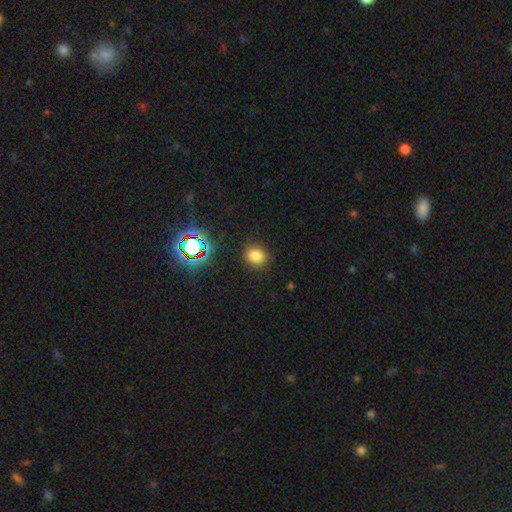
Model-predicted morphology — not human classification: Q: Smooth or featured?
A: smooth (78%); runner-up: star or artifact (17%)
Q: How rounded?
A: round (69%); runner-up: in between (30%)
Q: Merging?
A: none (86%); runner-up: minor disturbance (9%)